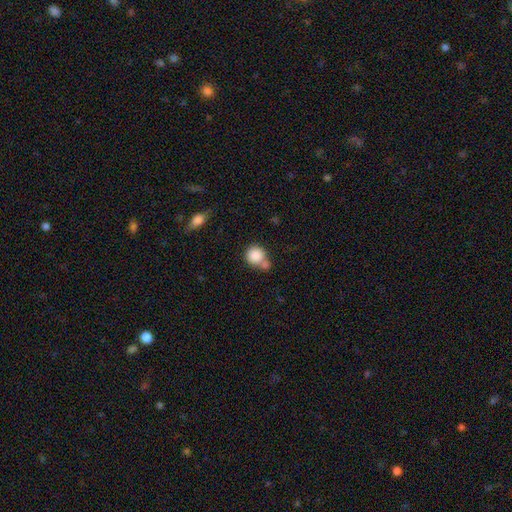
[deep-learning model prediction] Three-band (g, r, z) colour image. It shows a smooth galaxy with no disk features (84%) that is round (89%). Merging: none (48%).